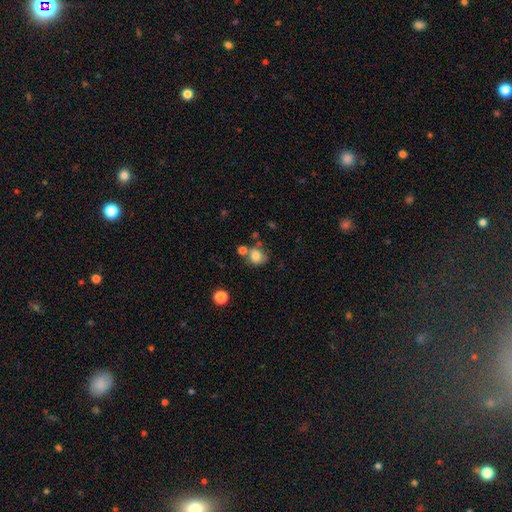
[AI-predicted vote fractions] Q: Smooth or featured?
A: smooth (77%); runner-up: star or artifact (11%)
Q: How rounded?
A: round (70%); runner-up: in between (29%)
Q: Merging?
A: none (51%); runner-up: merger (22%)